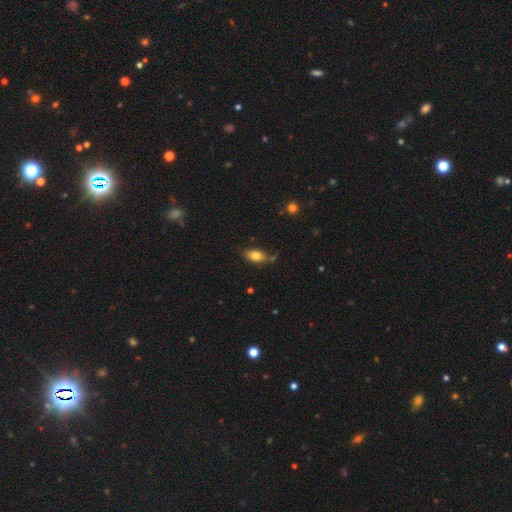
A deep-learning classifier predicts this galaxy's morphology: This is likely a smooth galaxy (78%). How rounded: clearly in between (88%). Merging: likely none (62%).